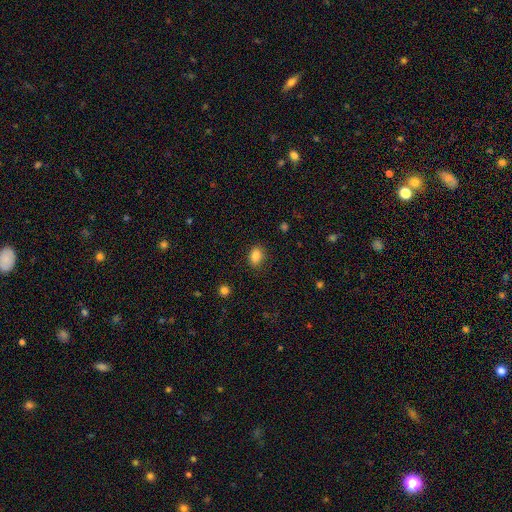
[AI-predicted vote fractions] A smooth galaxy with no disk features (86%) that is in between round and cigar-shaped (76%).

Vote fractions:
- Smooth or featured? smooth: 86% / star or artifact: 10% / featured or disk: 5%
- How rounded? in between: 76% / round: 23% / cigar-shaped: 1%
- Merging? none: 86% / minor disturbance: 10% / major disturbance: 3% / merger: 1%